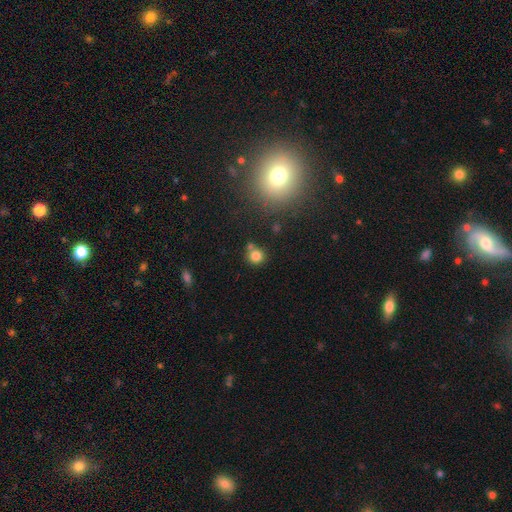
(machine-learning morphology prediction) This appears to be a smooth galaxy with no disk features (80%) that is round (90%). Merging: none (68%).